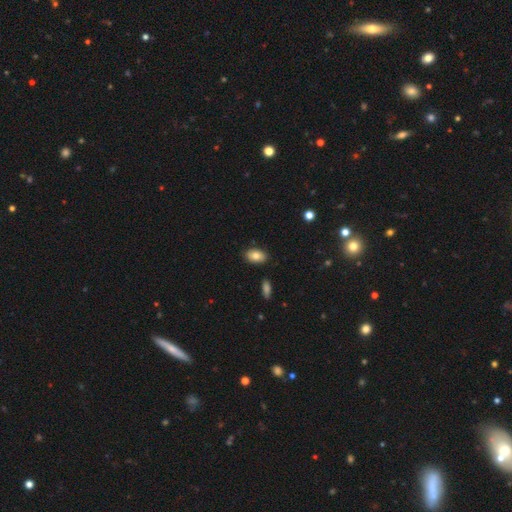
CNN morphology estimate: type=smooth (82%); roundness=in between (90%); merging=none (86%).